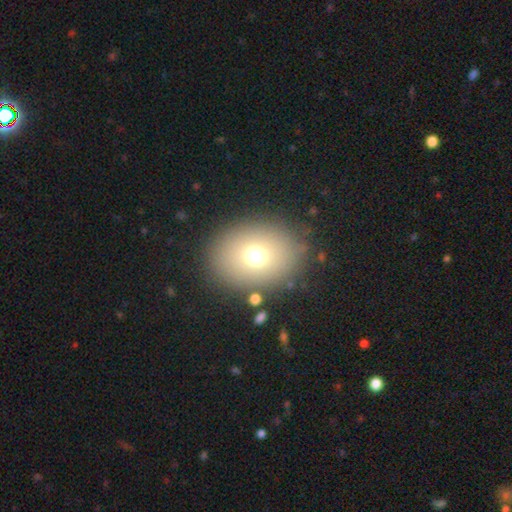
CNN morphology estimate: A smooth galaxy with no disk features (70%) that is round (52%).

Vote fractions:
- Smooth or featured? smooth: 70% / star or artifact: 16% / featured or disk: 14%
- How rounded? round: 52% / in between: 47% / cigar-shaped: 1%
- Merging? none: 84% / minor disturbance: 8% / major disturbance: 5% / merger: 3%